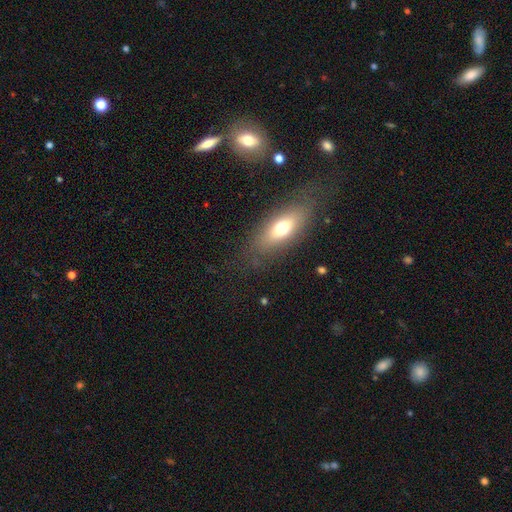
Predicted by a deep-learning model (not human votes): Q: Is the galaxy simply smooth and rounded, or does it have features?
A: smooth — 56%.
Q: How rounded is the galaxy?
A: in between — 67%.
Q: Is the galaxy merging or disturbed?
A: none — 78%.